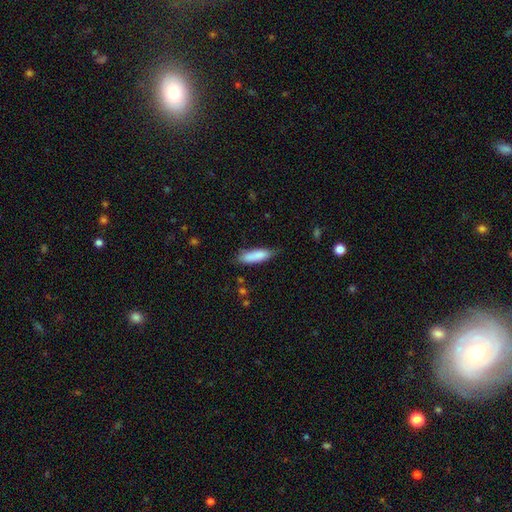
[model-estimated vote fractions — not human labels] smooth-or-featured: smooth: 85% | featured or disk: 9% | star or artifact: 6%
  how-rounded: cigar-shaped: 58% | in between: 41% | round: 2%
  merging: none: 71% | minor disturbance: 22% | major disturbance: 4% | merger: 2%